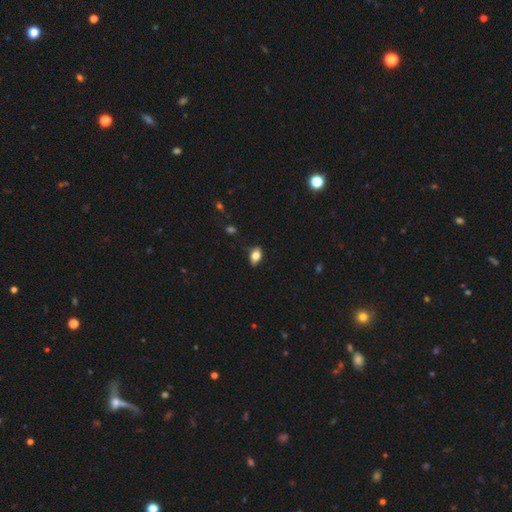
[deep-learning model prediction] The model was most divided on "merging": none: 73%, minor disturbance: 21%, major disturbance: 4%, merger: 2%. More confident: how rounded — in between (85%); smooth or featured — smooth (80%).